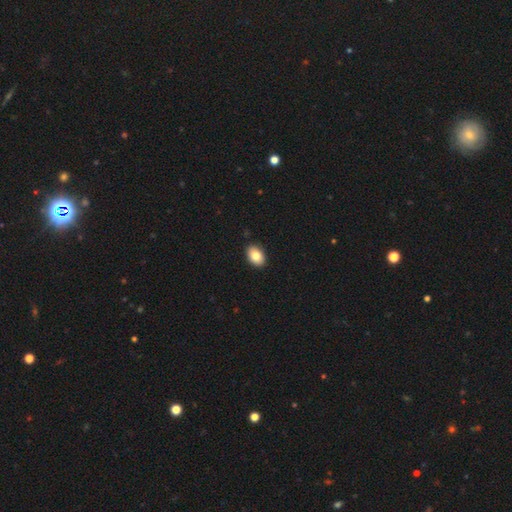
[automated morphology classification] type=smooth (82%); roundness=in between (84%); merging=none (90%).